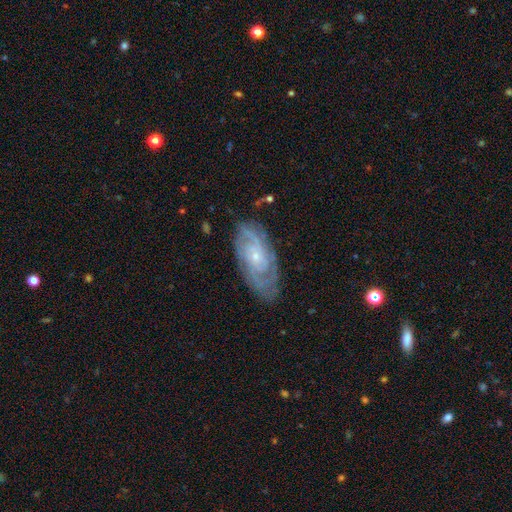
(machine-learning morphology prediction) A featured or disk galaxy (82%) with no bar (73%), tight (65%) spiral arms (95%) and a small central bulge (78%).

Vote fractions:
- Smooth or featured? featured or disk: 82% / smooth: 11% / star or artifact: 6%
- Edge-on disk? no: 93% / yes: 7%
- Bar? no: 73% / weak: 22% / strong: 4%
- Spiral arms? yes: 95% / no: 5%
- Spiral winding? tight: 65% / medium: 29% / loose: 6%
- Spiral arm count? can't tell: 34% / 2: 28% / 3: 18% / 4: 10% / more than 4: 5% / 1: 5%
- Bulge size? small: 78% / moderate: 17% / none: 3% / large: 1% / dominant: 1%
- Merging? none: 76% / minor disturbance: 18% / major disturbance: 5% / merger: 1%